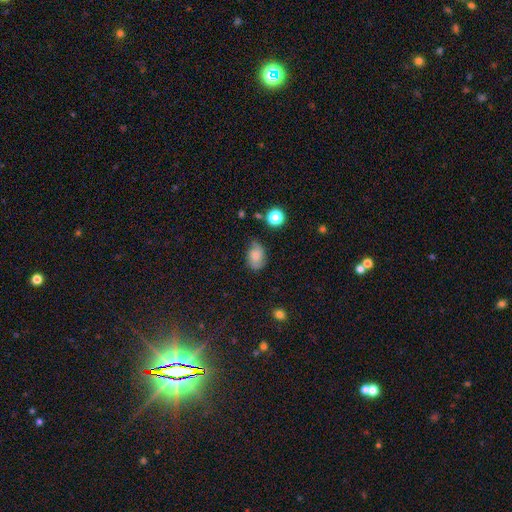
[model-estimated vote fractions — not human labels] Morphology: type=smooth (58%); roundness=in between (77%); merging=none (60%).